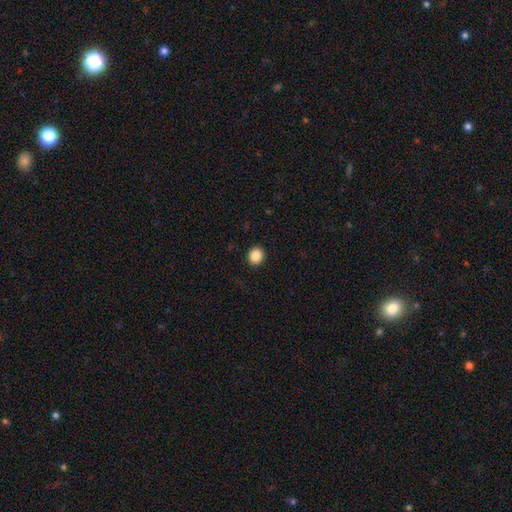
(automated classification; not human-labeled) This appears to be a smooth galaxy with no disk features (88%) that is round (82%). Merging: none (92%).